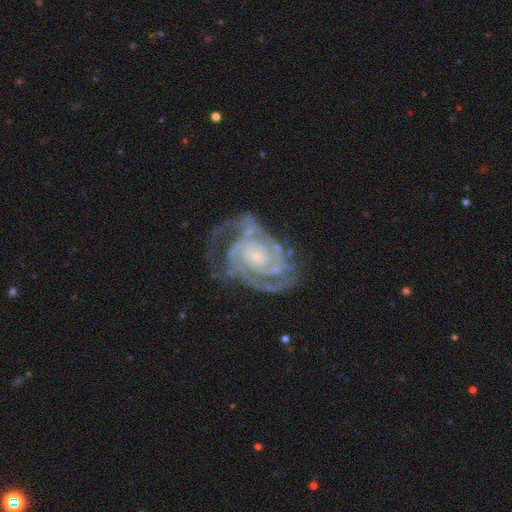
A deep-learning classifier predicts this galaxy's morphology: Smooth or featured? Predicted: featured or disk (p=0.91). Edge-on disk? Predicted: no (p=0.97). Bar? Predicted: no (p=0.66). Spiral arms? Predicted: yes (p=0.98). Spiral winding? Predicted: tight (p=0.71). Spiral arm count? Predicted: 2 (p=0.41). Bulge size? Predicted: small (p=0.71). Merging? Predicted: none (p=0.64).